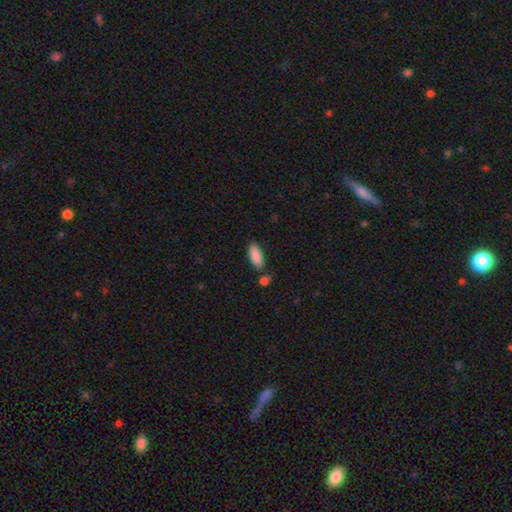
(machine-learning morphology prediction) Smooth or featured? smooth (89%)
How rounded? in between (84%)
Merging? none (77%)